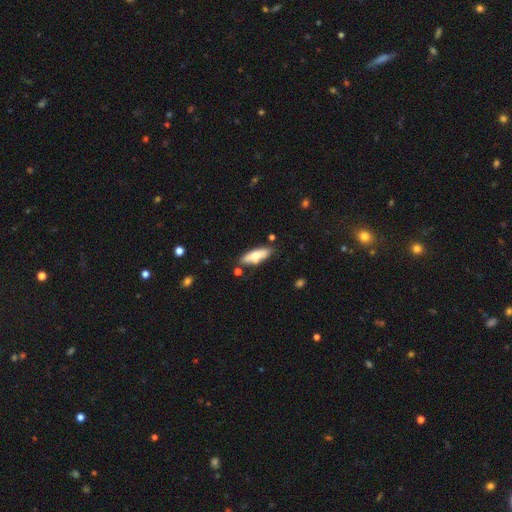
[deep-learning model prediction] This is likely a smooth galaxy (67%). How rounded: possibly in between (51%). Merging: likely none (78%).